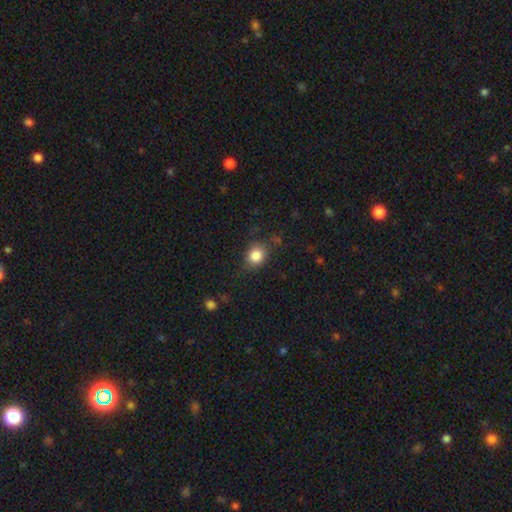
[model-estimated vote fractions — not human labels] Q: Smooth or featured?
A: smooth (84%); runner-up: star or artifact (10%)
Q: How rounded?
A: round (65%); runner-up: in between (34%)
Q: Merging?
A: none (76%); runner-up: minor disturbance (17%)